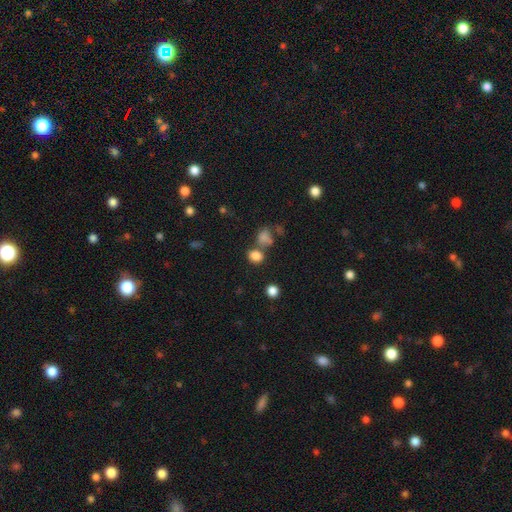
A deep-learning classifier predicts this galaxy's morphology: Q: Smooth or featured?
A: smooth (81%); runner-up: star or artifact (13%)
Q: How rounded?
A: round (53%); runner-up: in between (46%)
Q: Merging?
A: none (58%); runner-up: merger (26%)